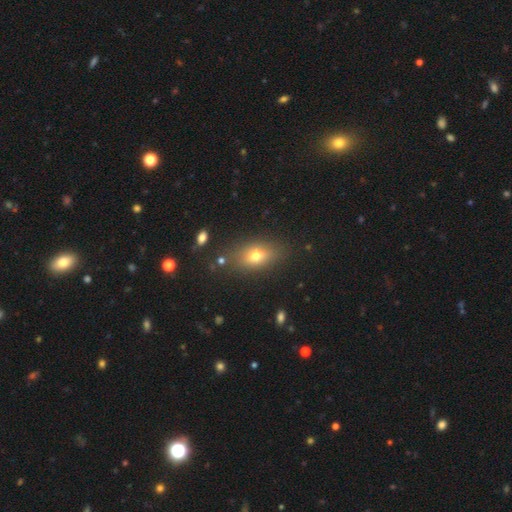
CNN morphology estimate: smooth-or-featured: smooth: 71% | featured or disk: 17% | star or artifact: 12%
  how-rounded: in between: 78% | round: 16% | cigar-shaped: 6%
  merging: none: 81% | minor disturbance: 12% | major disturbance: 4% | merger: 3%